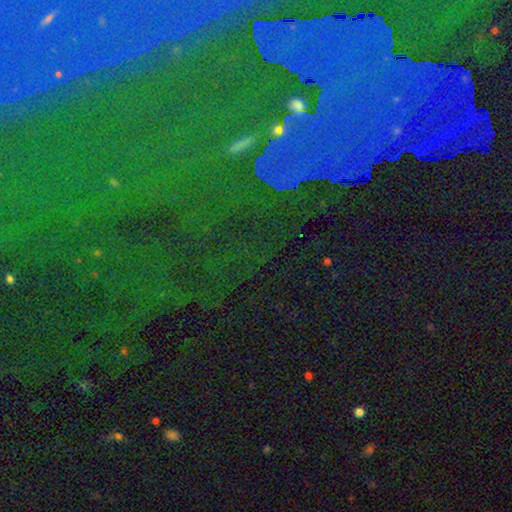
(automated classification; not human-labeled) Smooth or featured: star or artifact — 73% (featured or disk — 14%)